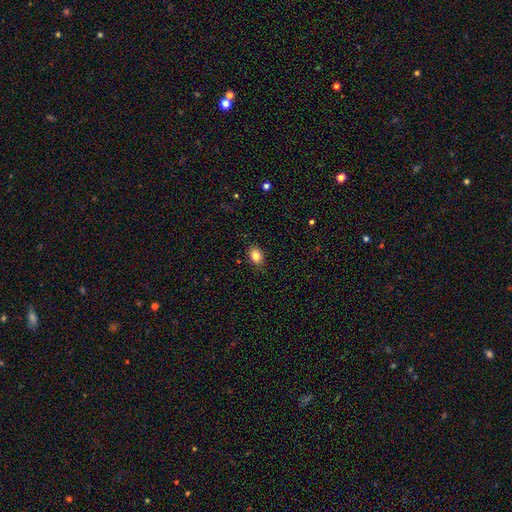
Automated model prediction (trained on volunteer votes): Morphology: type=smooth (83%); roundness=in between (71%); merging=none (86%).